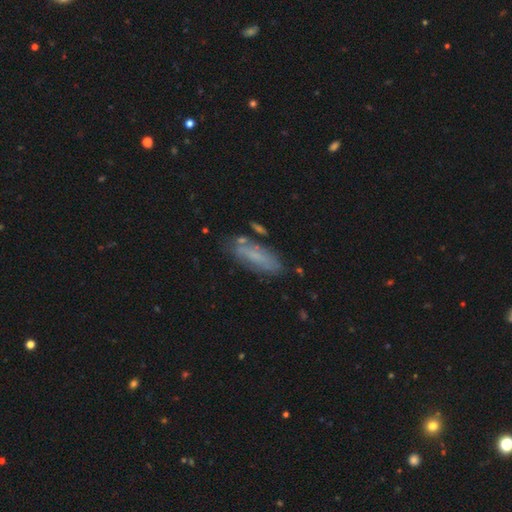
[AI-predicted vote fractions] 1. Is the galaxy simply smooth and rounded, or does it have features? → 55% smooth, 35% featured or disk, 9% star or artifact.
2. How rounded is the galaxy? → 51% in between, 47% cigar-shaped, 2% round.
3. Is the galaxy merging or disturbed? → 66% none, 20% minor disturbance, 7% major disturbance, 7% merger.